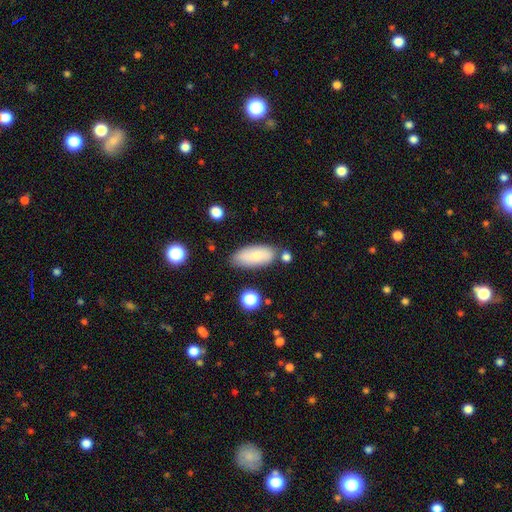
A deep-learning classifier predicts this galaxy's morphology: This appears to be a smooth galaxy with no disk features (74%) that is in between round and cigar-shaped (84%). Merging: none (73%).